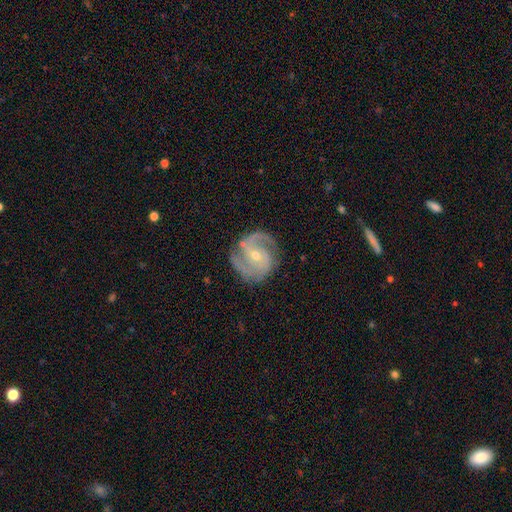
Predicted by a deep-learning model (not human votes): A featured or disk galaxy (90%) with no bar (52%), 2 (53%) medium (46%) spiral arms (98%) and a small central bulge (54%).

Vote fractions:
- Smooth or featured? featured or disk: 90% / star or artifact: 5% / smooth: 5%
- Edge-on disk? no: 98% / yes: 2%
- Bar? no: 52% / weak: 36% / strong: 12%
- Spiral arms? yes: 98% / no: 2%
- Spiral winding? medium: 46% / tight: 45% / loose: 8%
- Spiral arm count? 2: 53% / 3: 31% / can't tell: 6% / 4: 4% / 1: 3% / more than 4: 3%
- Bulge size? small: 54% / moderate: 44% / large: 1% / none: 1% / dominant: 1%
- Merging? none: 78% / minor disturbance: 15% / major disturbance: 5% / merger: 2%